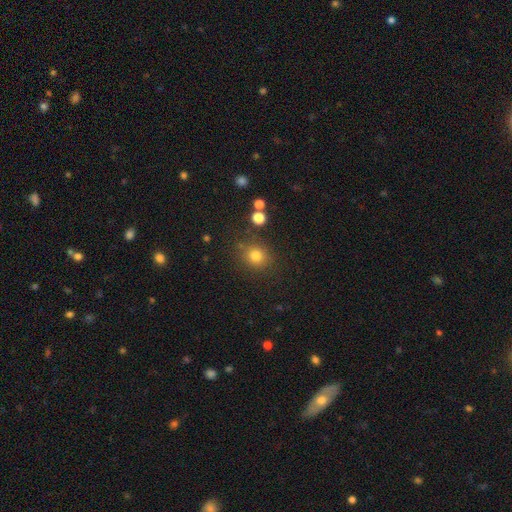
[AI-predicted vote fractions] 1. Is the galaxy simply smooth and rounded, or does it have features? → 79% smooth, 14% star or artifact, 7% featured or disk.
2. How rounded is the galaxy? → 82% round, 17% in between, 1% cigar-shaped.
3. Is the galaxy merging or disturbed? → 82% none, 10% minor disturbance, 4% merger, 4% major disturbance.